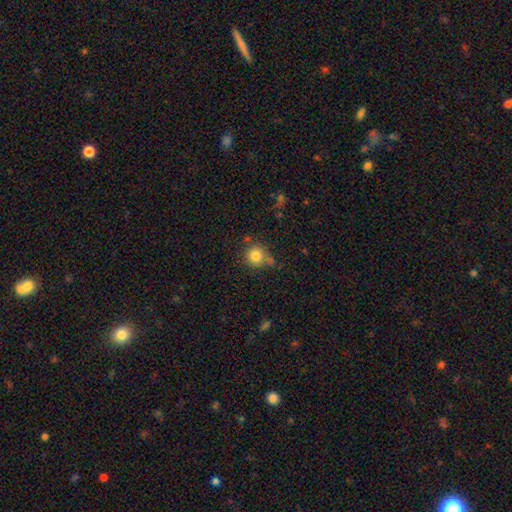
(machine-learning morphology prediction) A smooth galaxy with no disk features (82%) that is round (92%). Merging: none (68%).